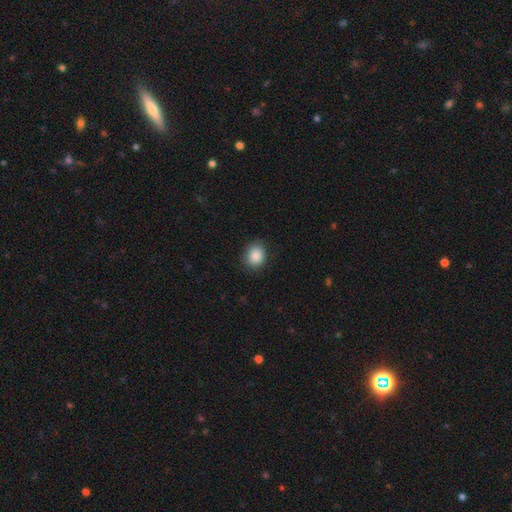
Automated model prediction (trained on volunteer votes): The model was most divided on "how rounded": round: 58%, in between: 41%, cigar-shaped: 1%. More confident: smooth or featured — smooth (88%); merging — none (86%).